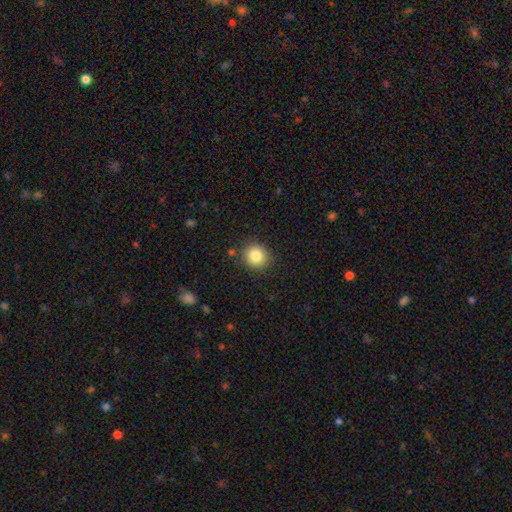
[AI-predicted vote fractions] smooth-or-featured: smooth: 83% | star or artifact: 10% | featured or disk: 7%
  how-rounded: round: 85% | in between: 14% | cigar-shaped: 1%
  merging: none: 87% | minor disturbance: 9% | major disturbance: 3% | merger: 2%